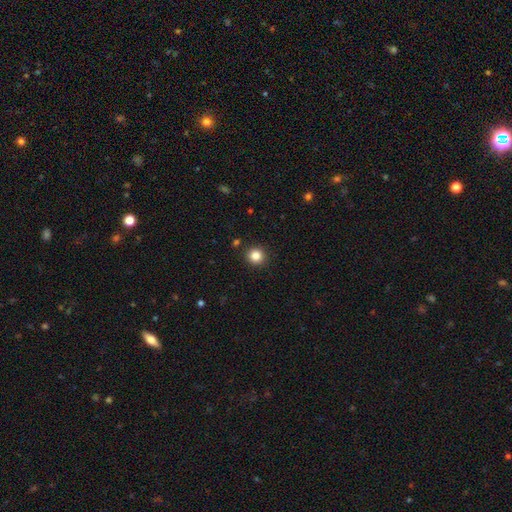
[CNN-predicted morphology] Smooth or featured: smooth — 84% (star or artifact — 12%)
How rounded: round — 93% (in between — 6%)
Merging: none — 91% (minor disturbance — 5%)